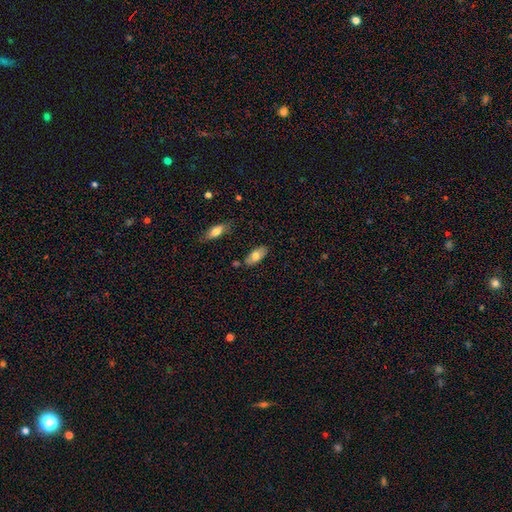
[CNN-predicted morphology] Overall: smooth (73%). How rounded: in between (89%). Merging: none (80%).